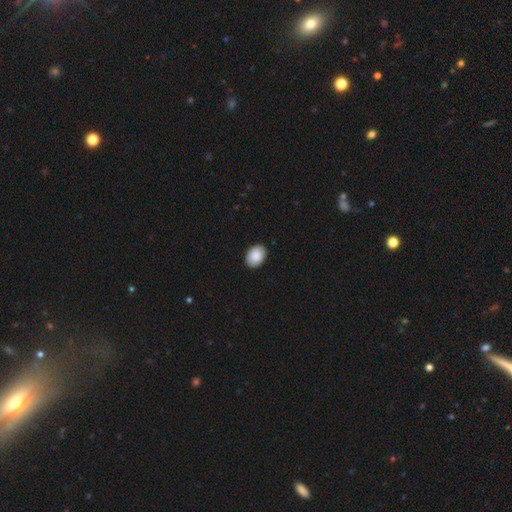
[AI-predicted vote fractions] This is clearly a smooth galaxy (90%). How rounded: likely in between (78%). Merging: clearly none (91%).